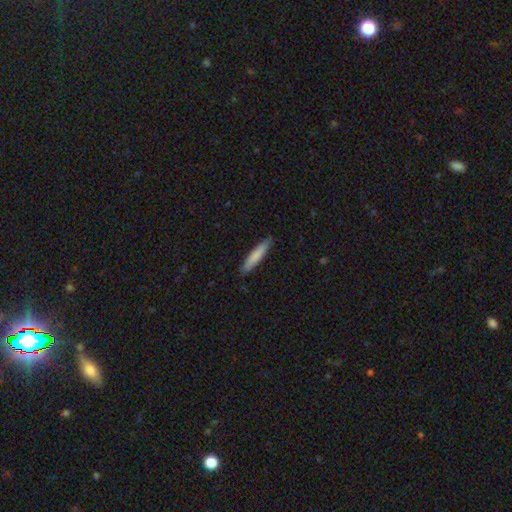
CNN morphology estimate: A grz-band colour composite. It shows a smooth galaxy with no disk features (79%) that is cigar-shaped (89%). Merging: none (89%).